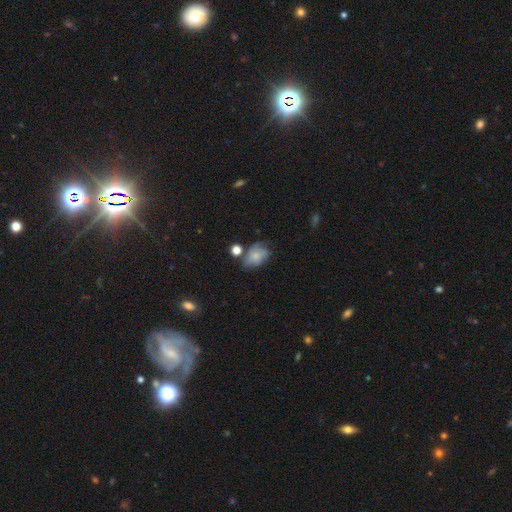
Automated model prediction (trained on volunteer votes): Smooth or featured?
  - smooth: 63% *
  - featured or disk: 27%
  - star or artifact: 11%
How rounded?
  - in between: 75% *
  - round: 24%
  - cigar-shaped: 1%
Merging?
  - none: 44% *
  - minor disturbance: 30%
  - major disturbance: 15%
  - merger: 11%